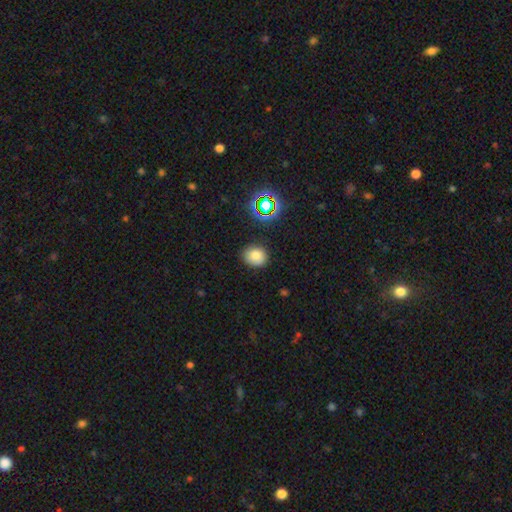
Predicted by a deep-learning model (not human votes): A smooth galaxy with no disk features (76%) that is round (66%). Merging: none (81%).